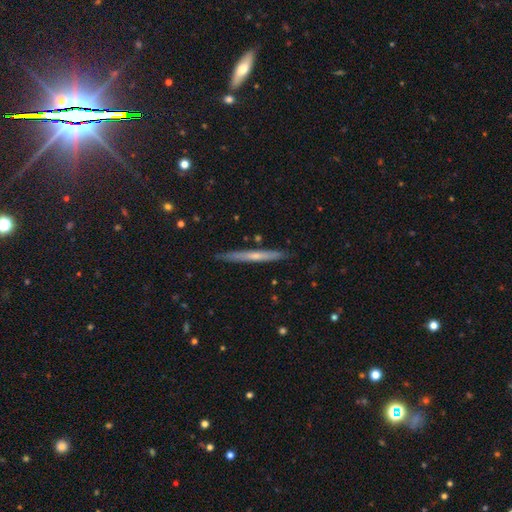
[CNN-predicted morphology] This is possibly a featured or disk galaxy (54%). It is clearly viewed edge-on (95%). Edge-on bulge: possibly none (60%). Merging: clearly none (88%).